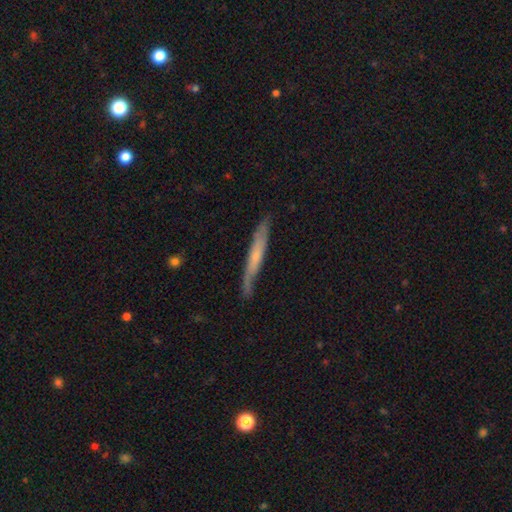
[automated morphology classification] smooth_or_featured: featured or disk (p=0.50) [alt: smooth p=0.44]
disk_edge_on: yes (p=0.82) [alt: no p=0.18]
merging: none (p=0.74) [alt: minor disturbance p=0.20]